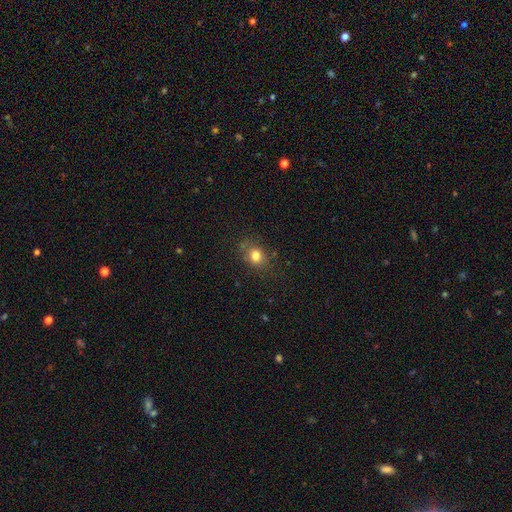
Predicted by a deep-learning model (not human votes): Overall: smooth (79%). How rounded: round (61%; in between 38%). Merging: none (77%).